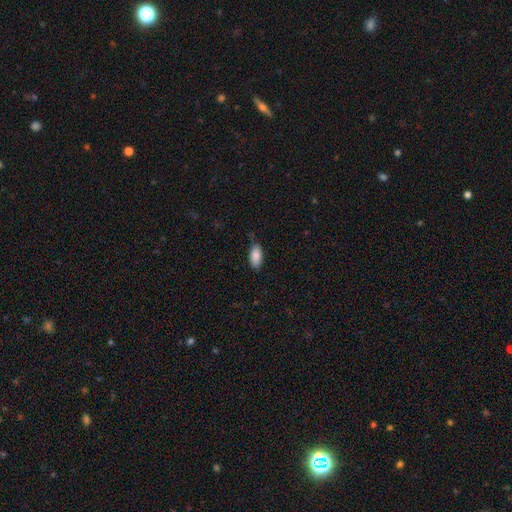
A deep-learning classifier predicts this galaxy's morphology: Q: Smooth or featured?
A: smooth (87%); runner-up: star or artifact (6%)
Q: How rounded?
A: in between (92%); runner-up: cigar-shaped (6%)
Q: Merging?
A: none (78%); runner-up: minor disturbance (18%)